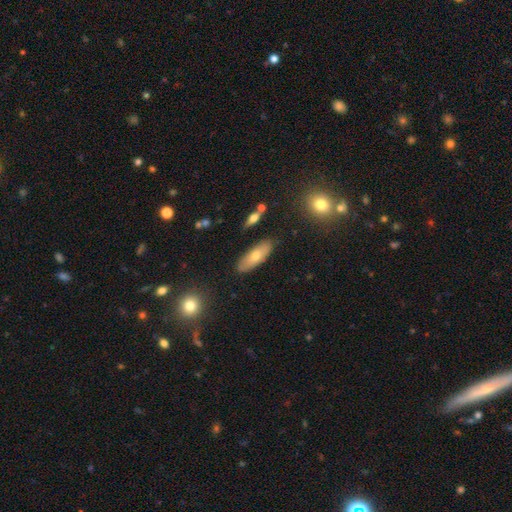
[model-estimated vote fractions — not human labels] A smooth galaxy with no disk features (62%) that is in between round and cigar-shaped (67%). Merging: none (84%).